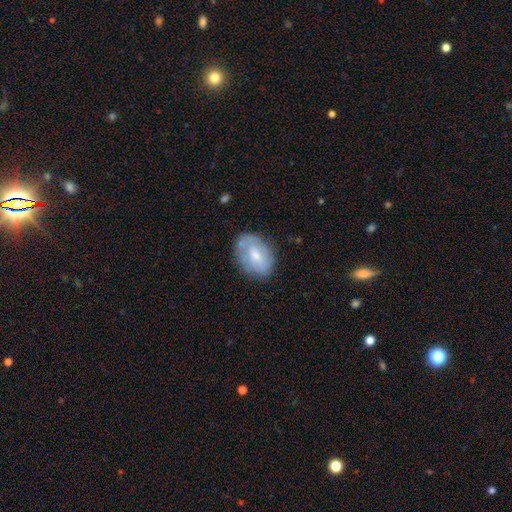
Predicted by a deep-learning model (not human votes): A smooth galaxy with no disk features (57%) that is in between round and cigar-shaped (79%). Merging: none (70%).